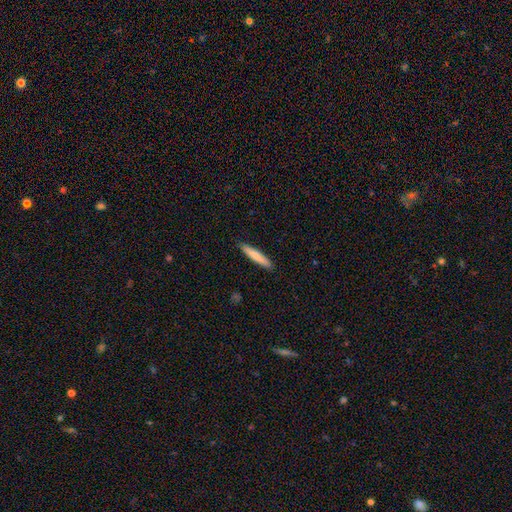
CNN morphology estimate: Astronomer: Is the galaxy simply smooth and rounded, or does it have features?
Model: smooth — 77%.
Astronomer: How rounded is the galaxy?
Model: cigar-shaped — 93%.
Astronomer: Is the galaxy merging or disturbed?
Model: none — 90%.